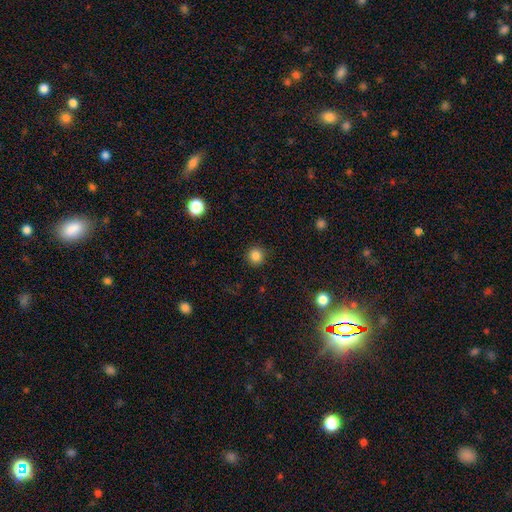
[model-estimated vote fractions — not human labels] A smooth galaxy with no disk features (84%) that is round (94%). Merging: none (91%).